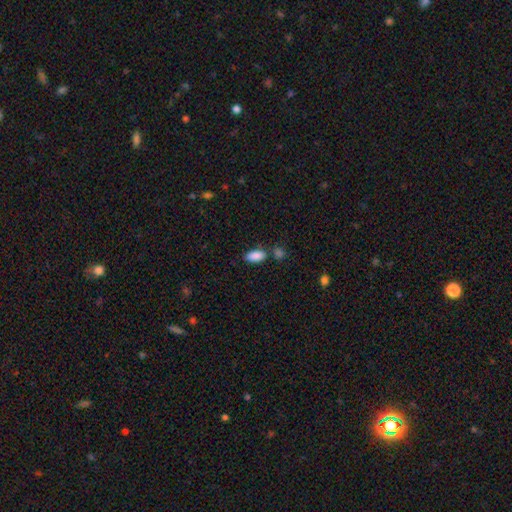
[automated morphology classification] Smooth or featured? smooth (89%)
How rounded? in between (89%)
Merging? none (70%)